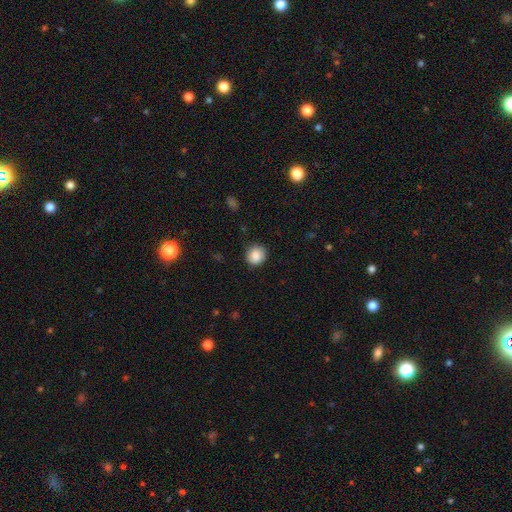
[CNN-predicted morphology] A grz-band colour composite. It shows a smooth galaxy with no disk features (86%) that is round (85%). Merging: none (85%).